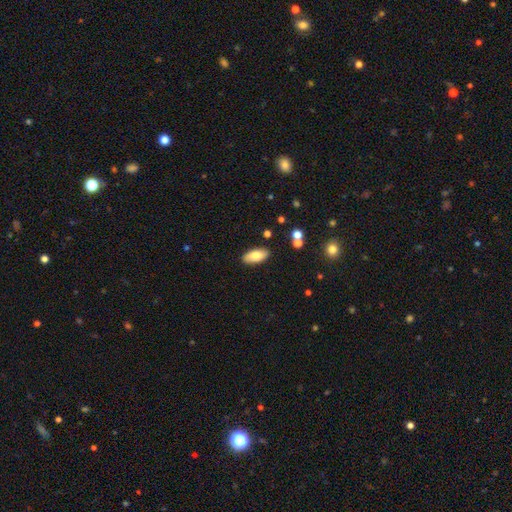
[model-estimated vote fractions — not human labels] This appears to be a smooth galaxy with no disk features (78%) that is in between round and cigar-shaped (90%). Merging: none (87%).